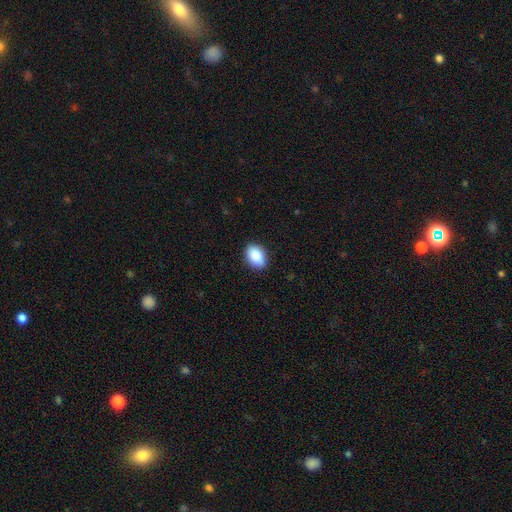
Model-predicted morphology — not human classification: type=smooth (87%); roundness=in between (84%); merging=none (87%).